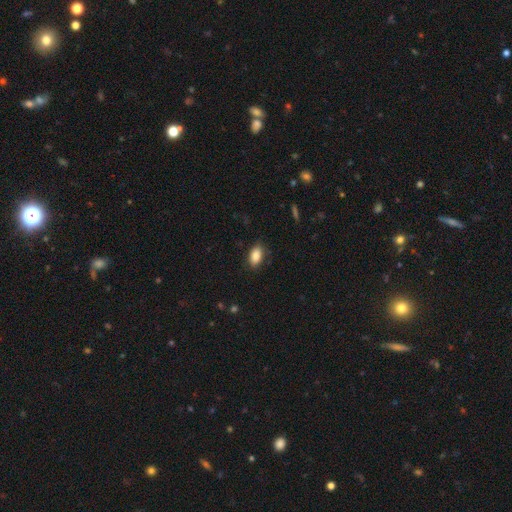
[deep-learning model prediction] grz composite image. It shows a smooth galaxy with no disk features (87%) that is in between round and cigar-shaped (91%). Merging: none (82%).